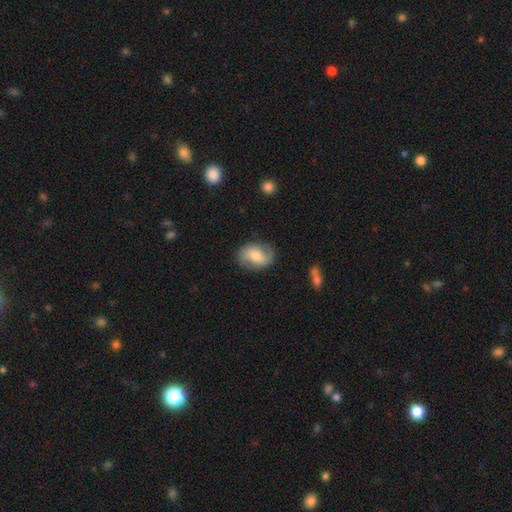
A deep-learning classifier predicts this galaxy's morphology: type=featured or disk (47%); merging=none (79%).